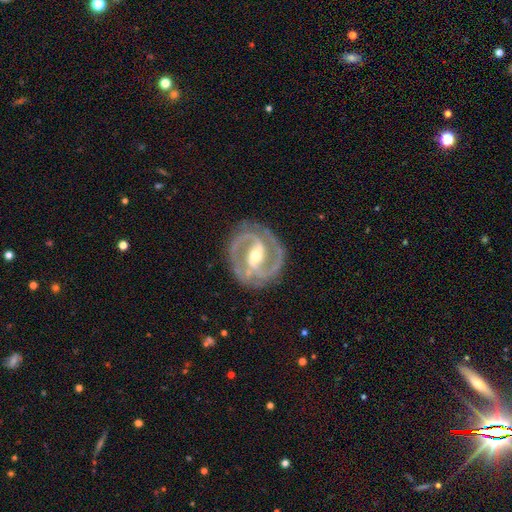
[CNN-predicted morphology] type=featured or disk (92%); edge-on=no (97%); bar=strong (51%); spiral arms=yes (98%); winding=medium (55%); arm count=2 (90%); bulge=moderate (59%); merging=none (83%).